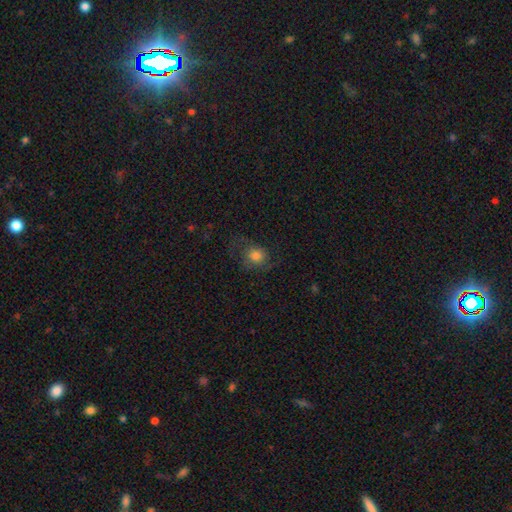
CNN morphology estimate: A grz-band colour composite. It shows a smooth galaxy with no disk features (71%) that is round (74%). Merging: none (55%).